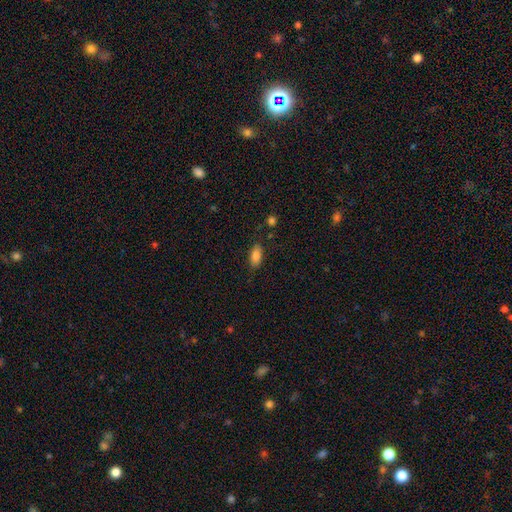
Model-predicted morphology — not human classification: smooth 85%, star or artifact 8%, featured or disk 7%. Down the decision tree: how rounded — in between (88%); merging — none (80%).